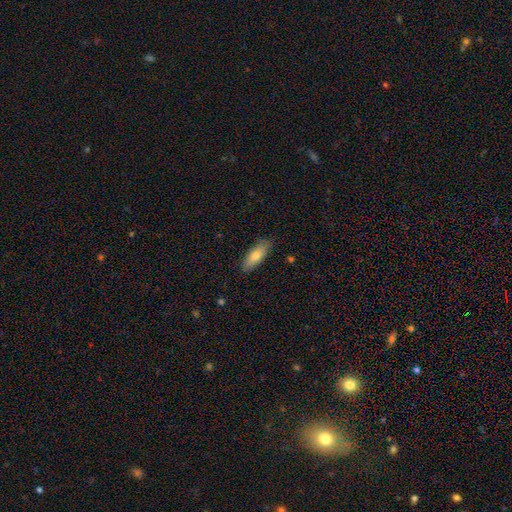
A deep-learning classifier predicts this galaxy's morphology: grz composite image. It shows a smooth galaxy with no disk features (71%) that is in between round and cigar-shaped (70%). Merging: none (83%).